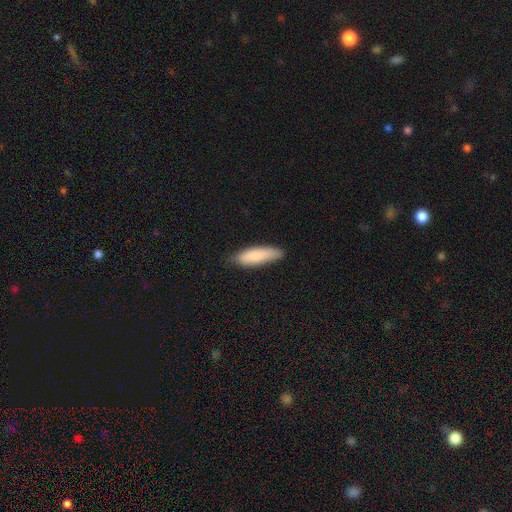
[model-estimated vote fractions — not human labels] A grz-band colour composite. It shows a smooth galaxy with no disk features (85%) that is cigar-shaped (59%). Merging: none (78%).